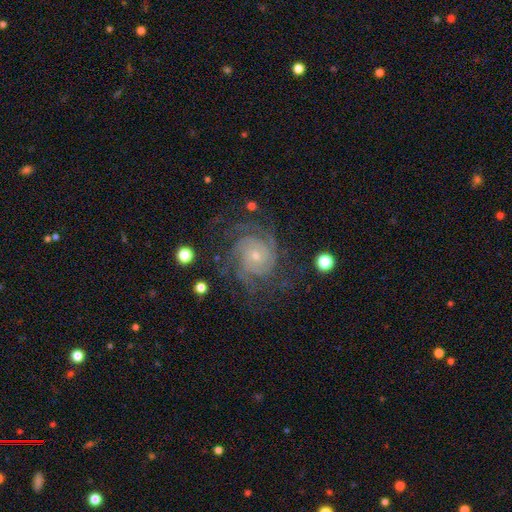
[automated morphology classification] type=featured or disk (88%); edge-on=no (98%); bar=no (73%); spiral arms=yes (98%); winding=tight (71%); arm count=can't tell (25%); bulge=small (73%); merging=none (67%).